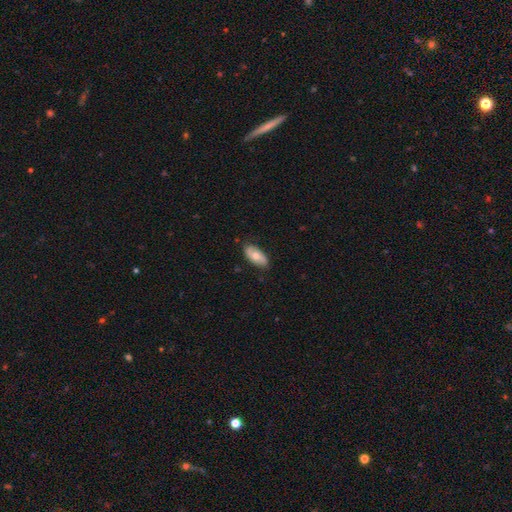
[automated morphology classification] Smooth or featured? smooth (60%)
How rounded? in between (92%)
Merging? none (80%)